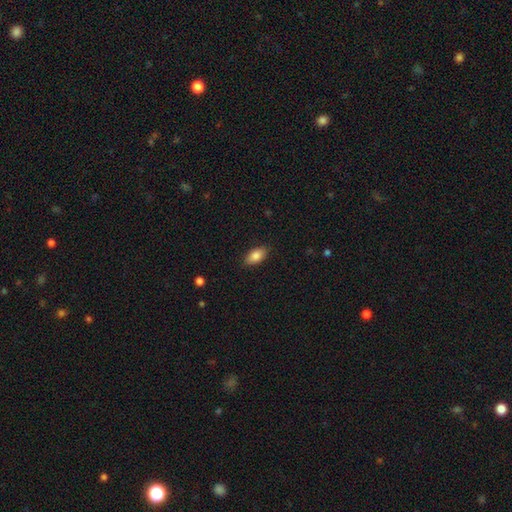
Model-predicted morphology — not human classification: This is clearly a smooth galaxy (85%). How rounded: clearly in between (91%). Merging: clearly none (87%).